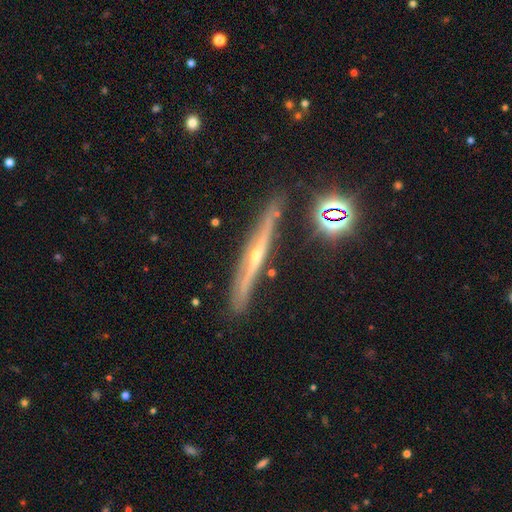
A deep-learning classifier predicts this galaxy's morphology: This is likely a featured or disk galaxy (76%). It is clearly viewed edge-on (96%). Edge-on bulge: likely rounded (73%). Merging: clearly none (85%).